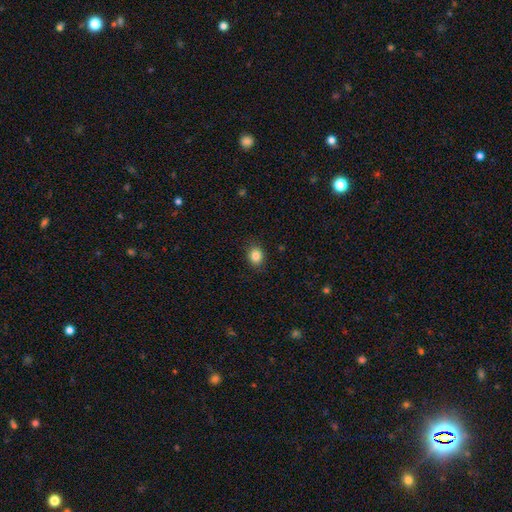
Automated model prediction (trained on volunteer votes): Overall: smooth (85%). How rounded: round (65%; in between 34%). Merging: none (87%).